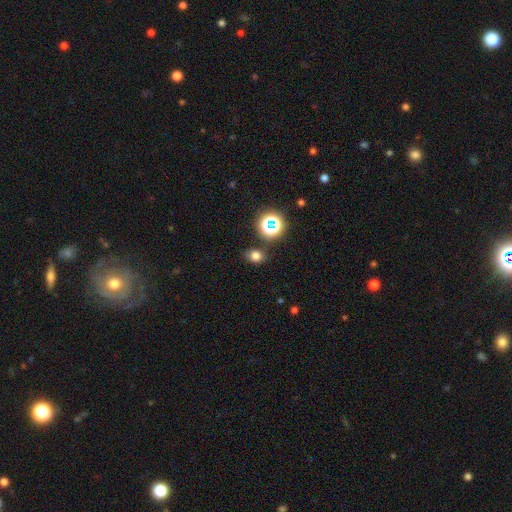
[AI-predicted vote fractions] The model was most divided on "how rounded": in between: 52%, round: 47%, cigar-shaped: 1%. More confident: merging — none (82%); smooth or featured — smooth (73%).